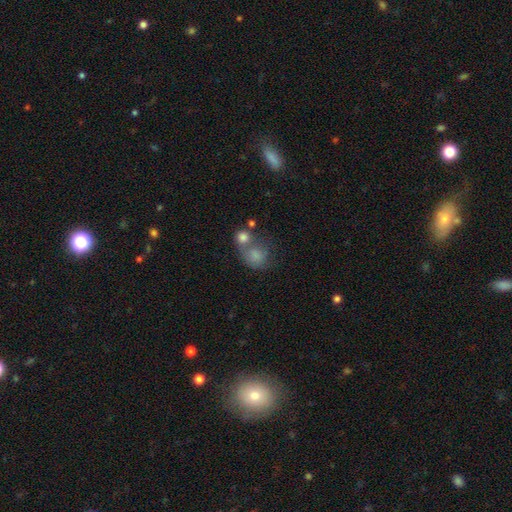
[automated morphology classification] type=smooth (76%); roundness=round (68%); merging=merger (49%).